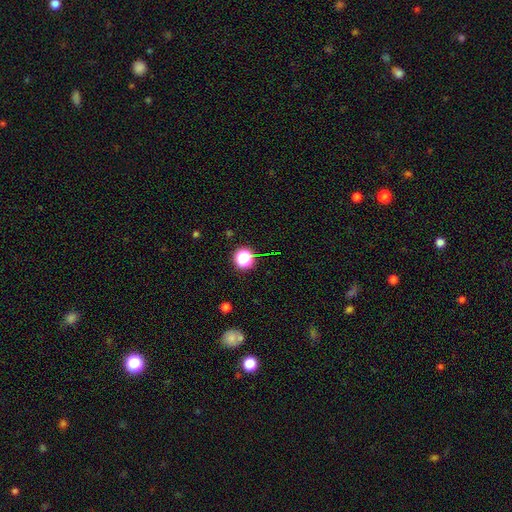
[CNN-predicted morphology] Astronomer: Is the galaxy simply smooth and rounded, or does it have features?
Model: star or artifact — 61%.